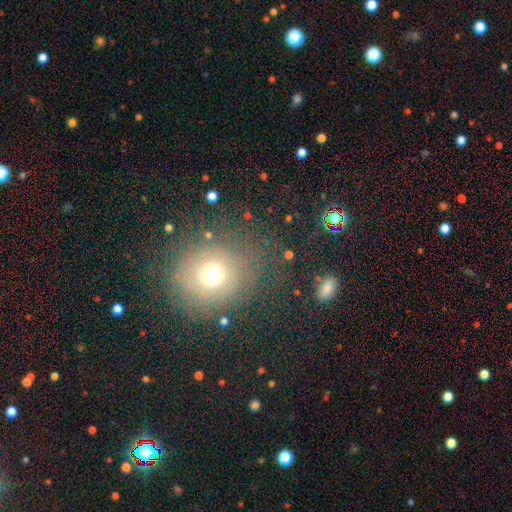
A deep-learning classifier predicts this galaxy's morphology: Smooth or featured? Predicted: smooth (p=0.59). How rounded? Predicted: round (p=0.83). Merging? Predicted: none (p=0.81).